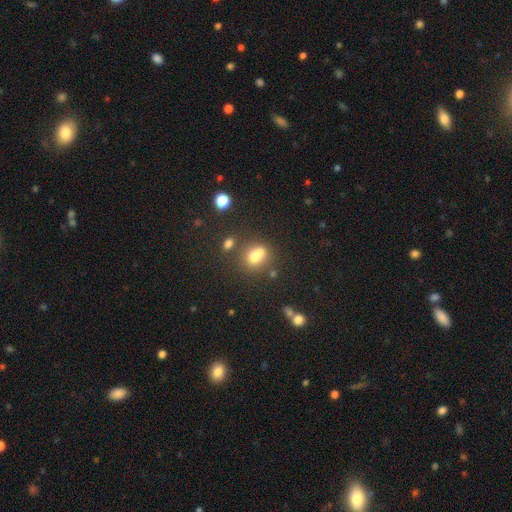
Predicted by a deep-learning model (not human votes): A smooth galaxy with no disk features (70%) that is round (65%).

Vote fractions:
- Smooth or featured? smooth: 70% / featured or disk: 15% / star or artifact: 15%
- How rounded? round: 65% / in between: 34% / cigar-shaped: 2%
- Merging? merger: 41% (tied) / none: 41% (tied) / minor disturbance: 12% / major disturbance: 6%